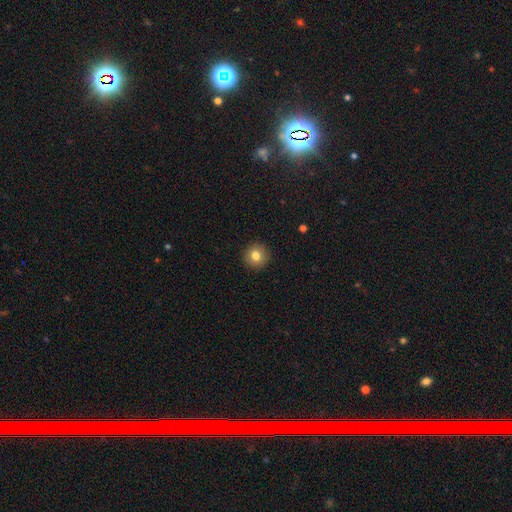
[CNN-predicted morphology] Overall: smooth (80%). How rounded: round (94%). Merging: none (92%).